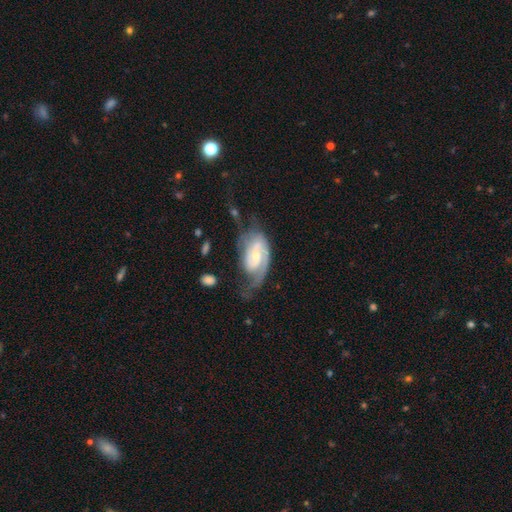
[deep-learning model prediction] Smooth or featured? Predicted: featured or disk (p=0.85). Edge-on disk? Predicted: no (p=0.97). Bar? Predicted: weak (p=0.50). Spiral arms? Predicted: yes (p=0.96). Spiral winding? Predicted: tight (p=0.43). Spiral arm count? Predicted: 2 (p=0.64). Bulge size? Predicted: small (p=0.51). Merging? Predicted: none (p=0.46).